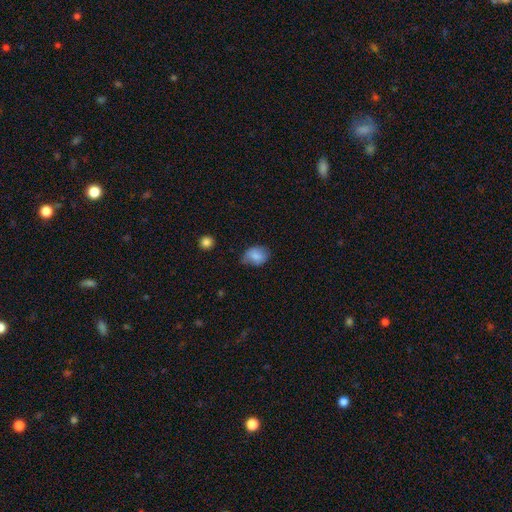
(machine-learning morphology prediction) Smooth or featured: smooth — 80% (featured or disk — 12%)
How rounded: in between — 69% (round — 29%)
Merging: none — 60% (minor disturbance — 32%)